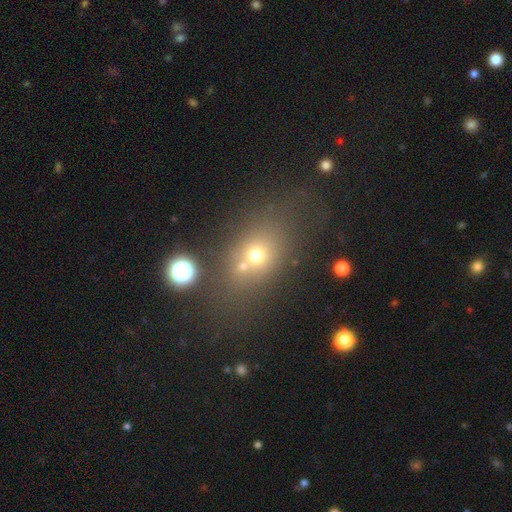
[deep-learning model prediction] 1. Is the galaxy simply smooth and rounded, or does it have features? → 60% smooth, 21% star or artifact, 19% featured or disk.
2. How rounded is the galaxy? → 52% in between, 45% round, 3% cigar-shaped.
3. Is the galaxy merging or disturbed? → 51% none, 25% merger, 14% minor disturbance, 10% major disturbance.